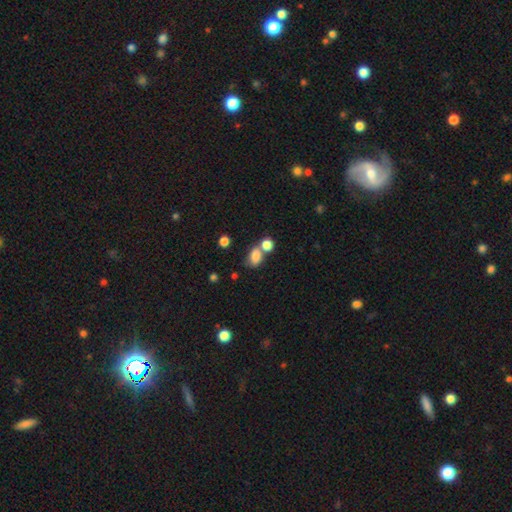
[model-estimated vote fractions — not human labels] Smooth or featured? Predicted: smooth (p=0.81). How rounded? Predicted: in between (p=0.74). Merging? Predicted: merger (p=0.45).